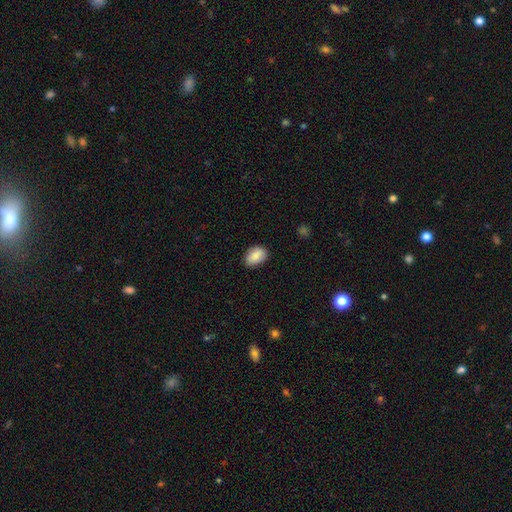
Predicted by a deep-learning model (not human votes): Smooth or featured? Predicted: smooth (p=0.86). How rounded? Predicted: in between (p=0.83). Merging? Predicted: none (p=0.78).